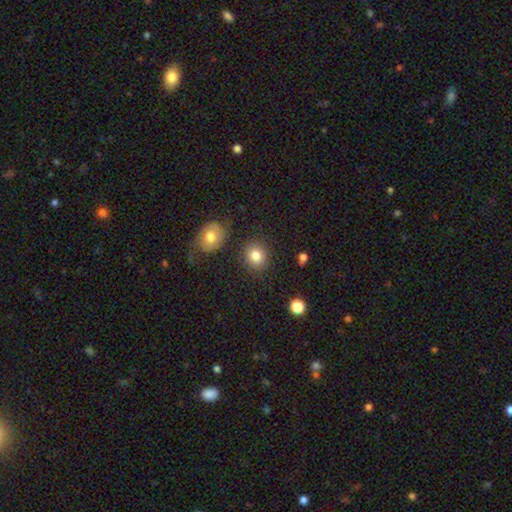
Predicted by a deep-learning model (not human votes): Smooth or featured? Predicted: smooth (p=0.82). How rounded? Predicted: round (p=0.72). Merging? Predicted: none (p=0.84).